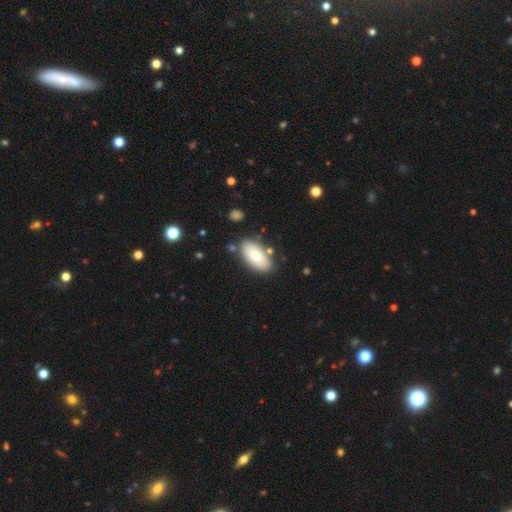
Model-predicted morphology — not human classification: smooth-or-featured: smooth: 77% | featured or disk: 17% | star or artifact: 6%
  how-rounded: in between: 93% | cigar-shaped: 4% | round: 3%
  merging: none: 79% | minor disturbance: 12% | merger: 6% | major disturbance: 3%